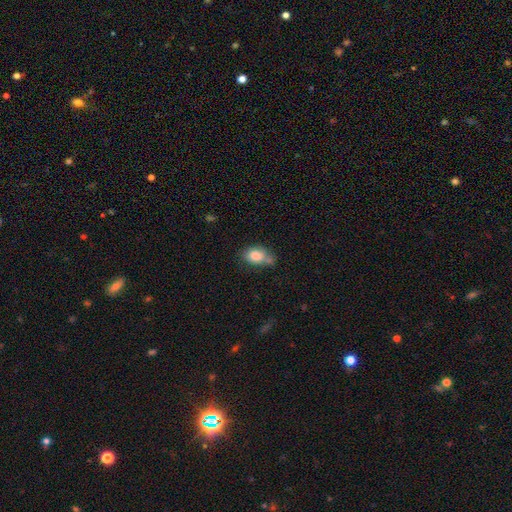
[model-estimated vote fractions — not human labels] This appears to be a smooth galaxy with no disk features (83%) that is in between round and cigar-shaped (81%). Merging: none (52%).